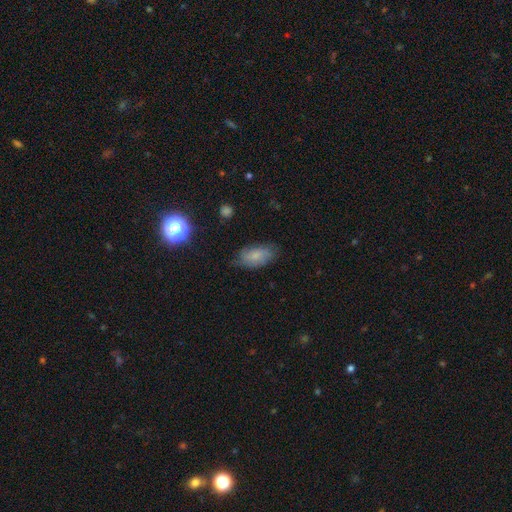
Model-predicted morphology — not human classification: Smooth or featured?
  - smooth: 72% *
  - featured or disk: 19%
  - star or artifact: 9%
How rounded?
  - in between: 91% *
  - cigar-shaped: 5%
  - round: 4%
Merging?
  - none: 70% *
  - minor disturbance: 23%
  - major disturbance: 5%
  - merger: 1%